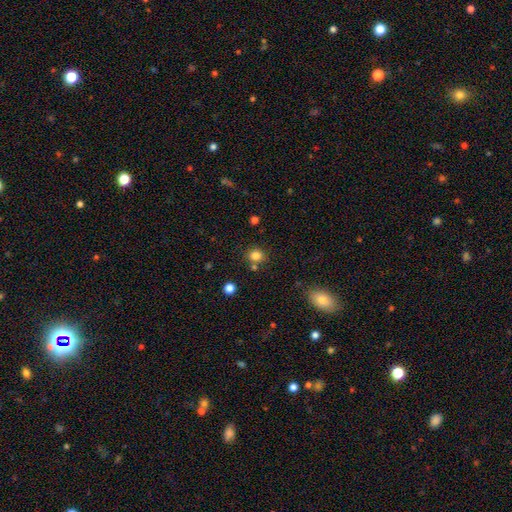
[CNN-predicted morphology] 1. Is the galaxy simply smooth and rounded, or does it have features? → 82% smooth, 13% star or artifact, 5% featured or disk.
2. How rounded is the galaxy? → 80% round, 20% in between, 1% cigar-shaped.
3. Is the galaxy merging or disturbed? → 74% none, 12% merger, 10% minor disturbance, 3% major disturbance.